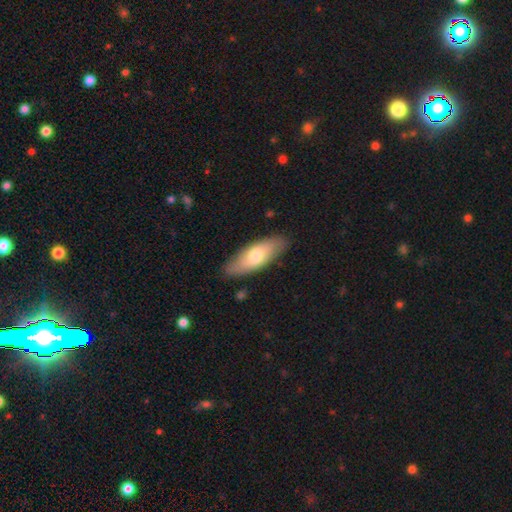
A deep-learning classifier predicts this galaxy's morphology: smooth 66%, featured or disk 29%, star or artifact 5%. Down the decision tree: how rounded — in between (70%); merging — none (85%).